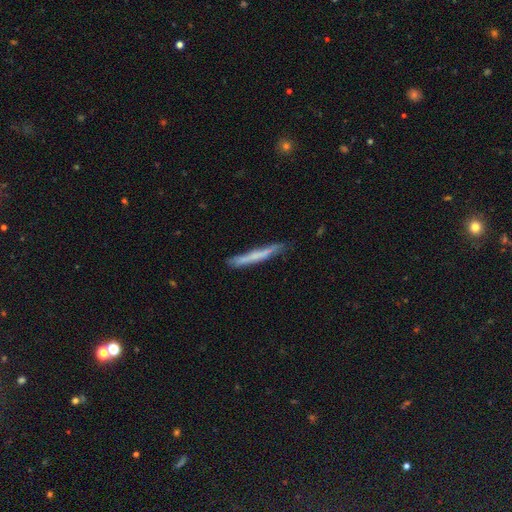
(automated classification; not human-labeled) Overall: smooth (58%; featured or disk 35%). How rounded: cigar-shaped (96%). Merging: none (76%).